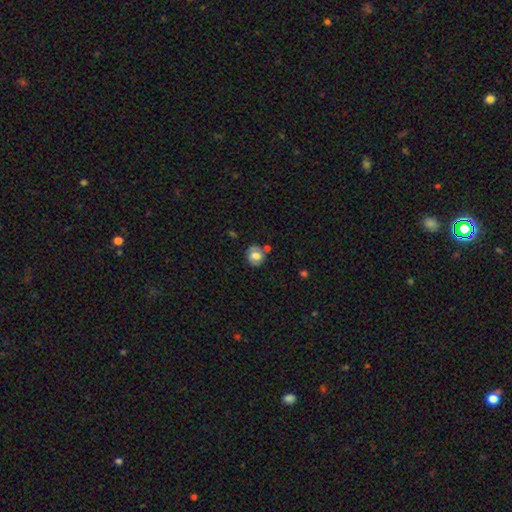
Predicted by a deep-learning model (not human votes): Smooth or featured: smooth — 70% (featured or disk — 20%)
How rounded: round — 77% (in between — 22%)
Merging: none — 71% (minor disturbance — 15%)